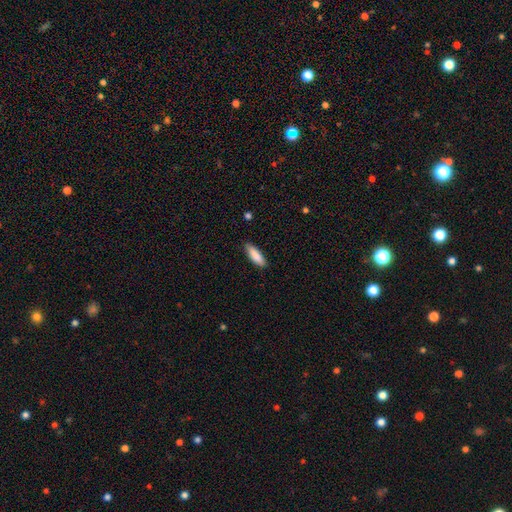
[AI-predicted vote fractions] Morphology: type=smooth (88%); roundness=in between (50%); merging=none (85%).